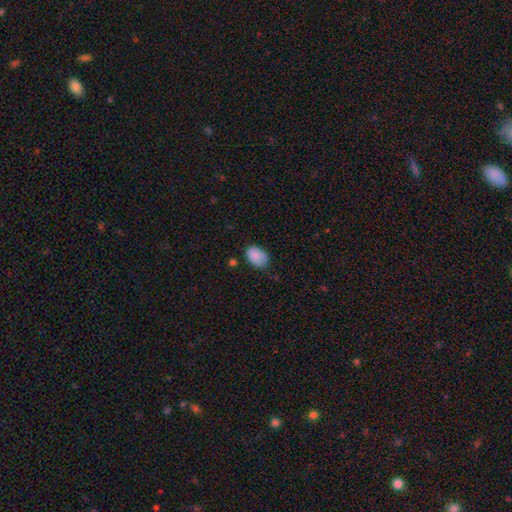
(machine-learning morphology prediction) Smooth or featured?
  - smooth: 86% *
  - star or artifact: 8%
  - featured or disk: 6%
How rounded?
  - in between: 84% *
  - round: 15%
  - cigar-shaped: 1%
Merging?
  - none: 65% *
  - minor disturbance: 27%
  - major disturbance: 5%
  - merger: 2%